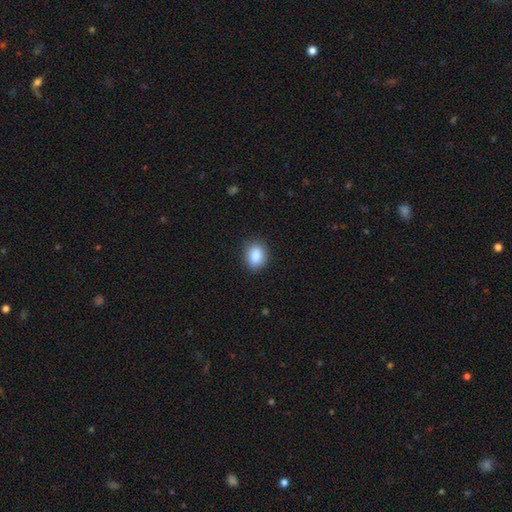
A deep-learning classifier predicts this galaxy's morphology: Smooth or featured? smooth (88%)
How rounded? in between (58%)
Merging? none (85%)